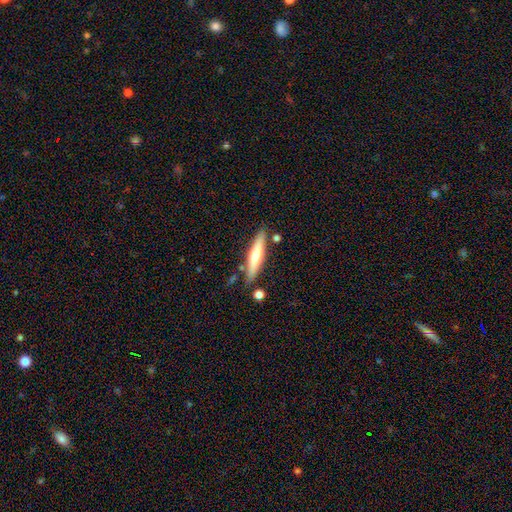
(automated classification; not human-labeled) The model was most divided on "smooth or featured": smooth: 54%, featured or disk: 40%, star or artifact: 6%. More confident: how rounded — cigar-shaped (85%); merging — none (81%).